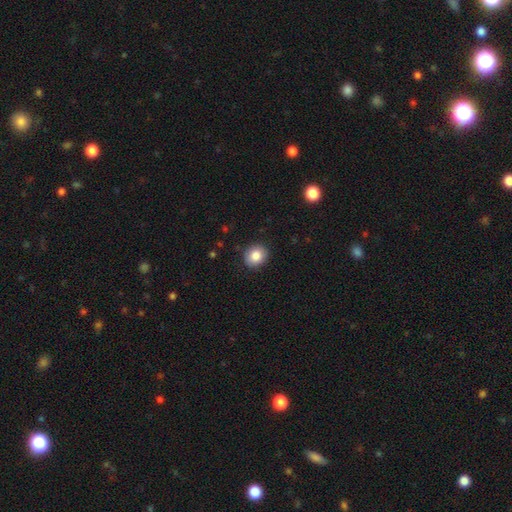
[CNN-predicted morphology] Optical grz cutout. It shows a smooth galaxy with no disk features (85%) that is round (75%). Merging: none (89%).